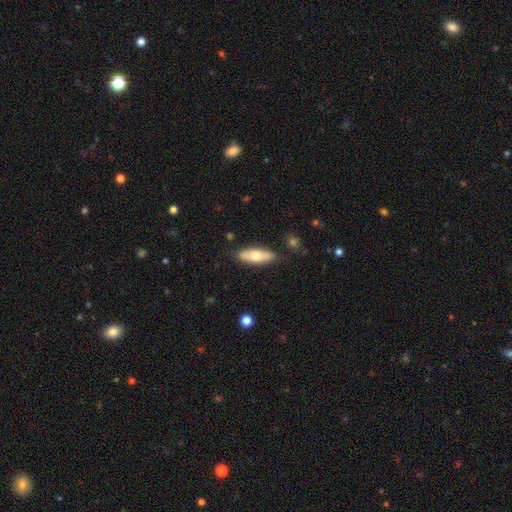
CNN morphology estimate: This is likely a smooth galaxy (63%). How rounded: likely in between (64%). Merging: clearly none (83%).